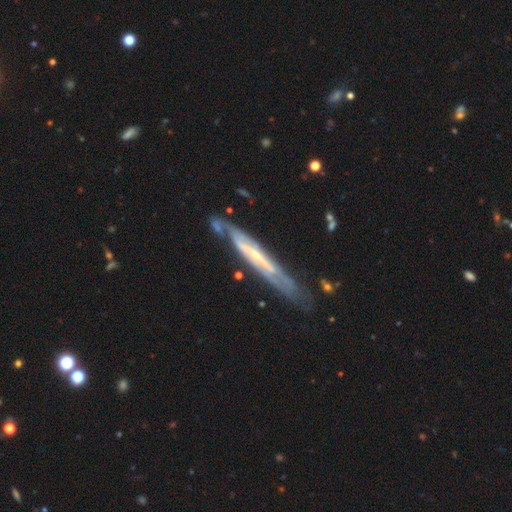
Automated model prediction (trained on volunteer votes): This appears to be a featured or disk galaxy (79%) viewed edge-on (61%). Merging: none (67%).